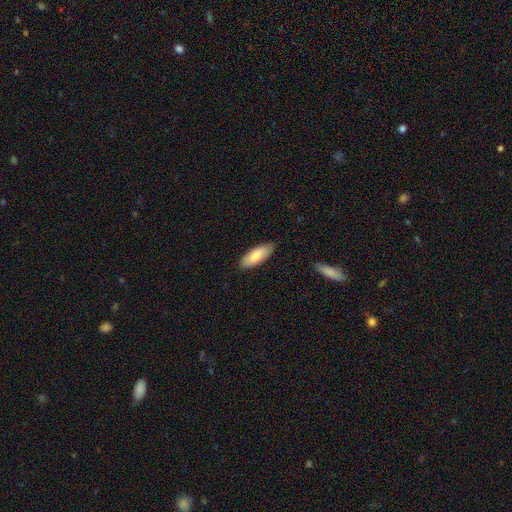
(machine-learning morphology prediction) The model was most divided on "how rounded": in between: 74%, cigar-shaped: 24%, round: 2%. More confident: merging — none (86%); smooth or featured — smooth (77%).